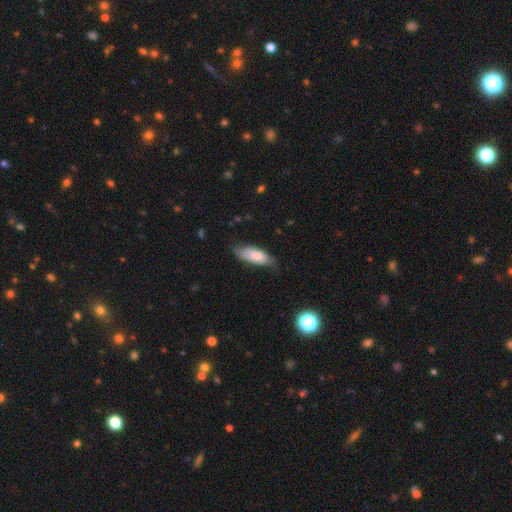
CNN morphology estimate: Overall: smooth (79%). How rounded: in between (74%). Merging: none (61%; minor disturbance 31%).